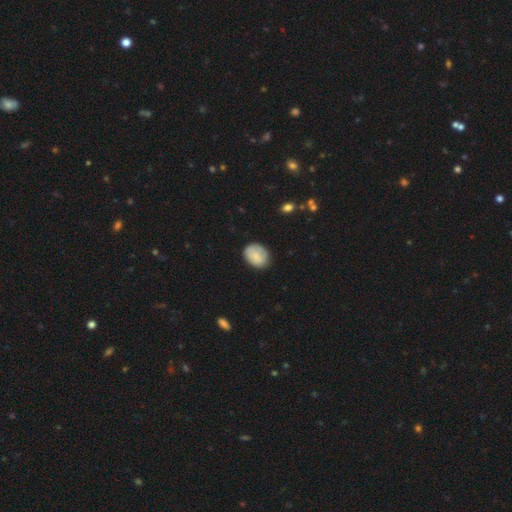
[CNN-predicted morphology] type=smooth (83%); roundness=in between (60%); merging=none (77%).